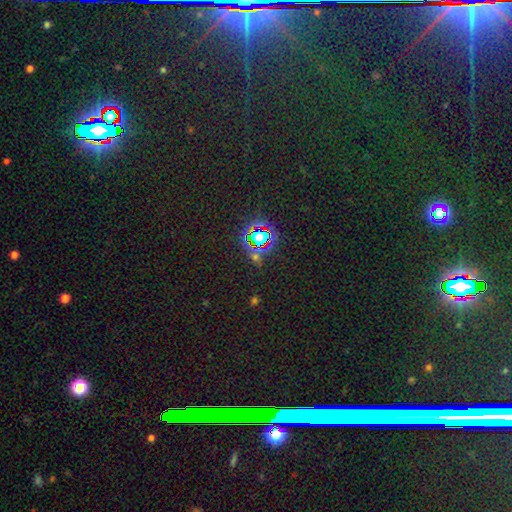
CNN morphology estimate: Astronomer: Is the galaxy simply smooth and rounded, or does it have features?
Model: star or artifact — 76%.